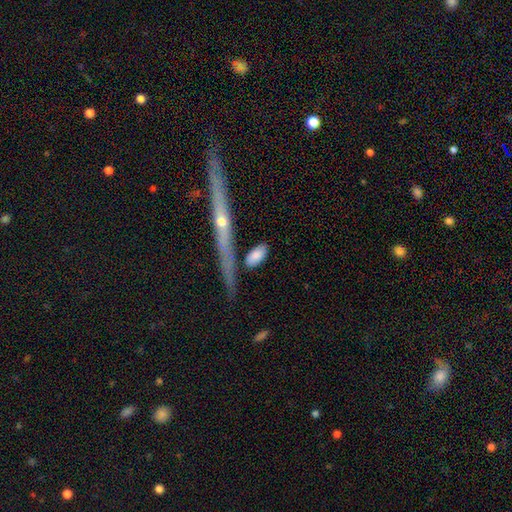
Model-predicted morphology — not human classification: This is likely a smooth galaxy (76%). How rounded: clearly in between (83%). Merging: likely none (67%).